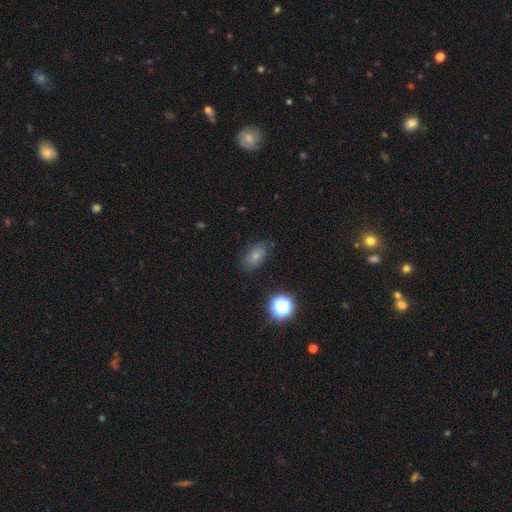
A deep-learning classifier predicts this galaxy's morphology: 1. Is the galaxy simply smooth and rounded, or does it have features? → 59% smooth, 26% featured or disk, 14% star or artifact.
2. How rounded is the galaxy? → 83% in between, 15% round, 2% cigar-shaped.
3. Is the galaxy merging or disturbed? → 69% none, 23% minor disturbance, 7% major disturbance, 2% merger.